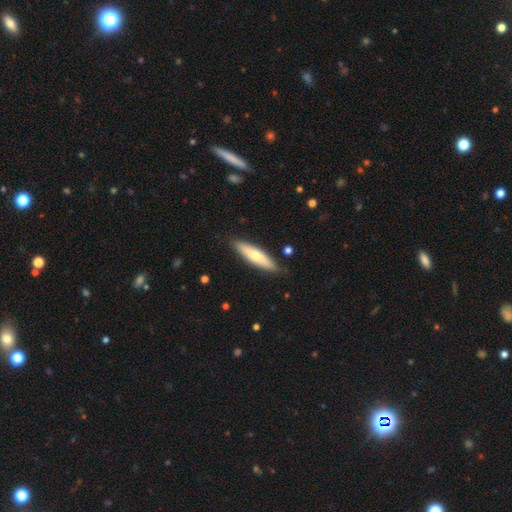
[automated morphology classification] smooth 66%, featured or disk 29%, star or artifact 5%. Down the decision tree: how rounded — cigar-shaped (71%); merging — none (87%).